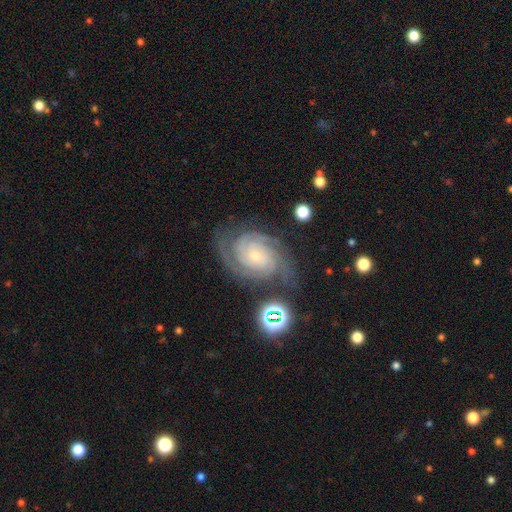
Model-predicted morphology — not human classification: smooth_or_featured: featured or disk (p=0.88) [alt: star or artifact p=0.06]
disk_edge_on: no (p=0.98) [alt: yes p=0.02]
bar: no (p=0.72) [alt: weak p=0.22]
has_spiral_arms: yes (p=0.98) [alt: no p=0.02]
spiral_winding: tight (p=0.70) [alt: medium p=0.26]
spiral_arm_count: 3 (p=0.33) [alt: 2 p=0.24]
bulge_size: small (p=0.72) [alt: moderate p=0.21]
merging: none (p=0.72) [alt: minor disturbance p=0.17]